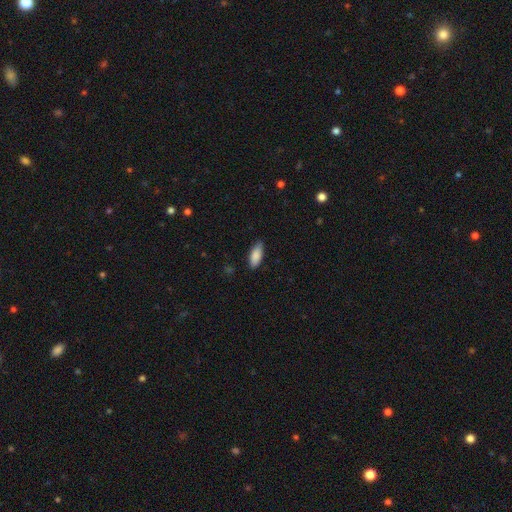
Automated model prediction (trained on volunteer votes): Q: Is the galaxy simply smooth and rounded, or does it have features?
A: smooth — 88%.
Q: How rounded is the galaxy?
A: in between — 81%.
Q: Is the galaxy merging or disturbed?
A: none — 83%.